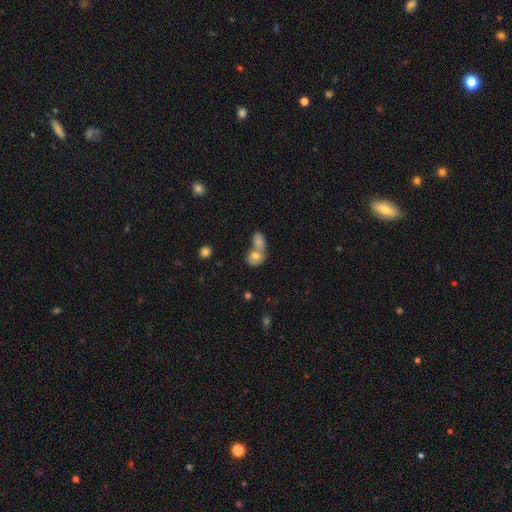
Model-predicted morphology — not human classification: A smooth galaxy with no disk features (69%) that is in between round and cigar-shaped (61%).

Vote fractions:
- Smooth or featured? smooth: 69% / featured or disk: 22% / star or artifact: 9%
- How rounded? in between: 61% / round: 38% / cigar-shaped: 2%
- Merging? merger: 70% / none: 19% / minor disturbance: 7% / major disturbance: 4%